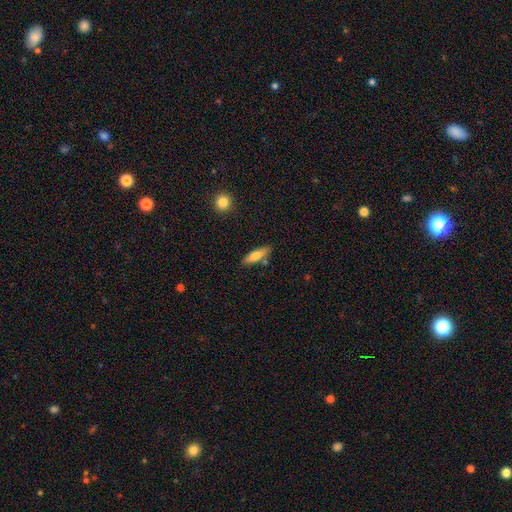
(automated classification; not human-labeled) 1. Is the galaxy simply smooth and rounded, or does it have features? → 69% smooth, 24% featured or disk, 6% star or artifact.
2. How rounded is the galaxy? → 54% cigar-shaped, 43% in between, 2% round.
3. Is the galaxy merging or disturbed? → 78% none, 12% minor disturbance, 7% merger, 3% major disturbance.